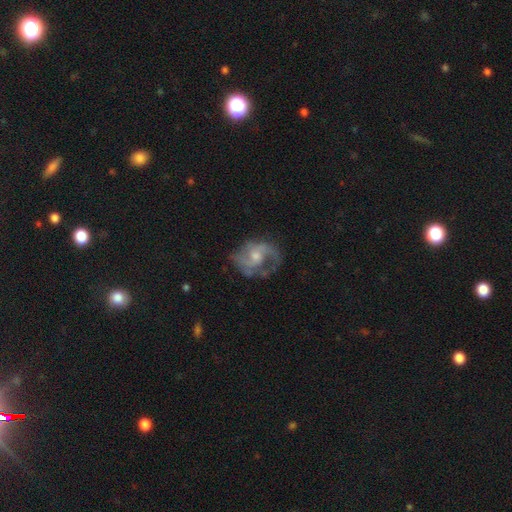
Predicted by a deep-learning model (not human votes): The model was most divided on "bulge size": moderate: 51%, small: 37%, none: 6%, large: 5%, dominant: 1%. Remaining: edge-on disk — no (97%); spiral arms — yes (87%); smooth or featured — featured or disk (79%); spiral arm count — 2 (60%); bar — no (59%); merging — none (55%); spiral winding — medium (49%).